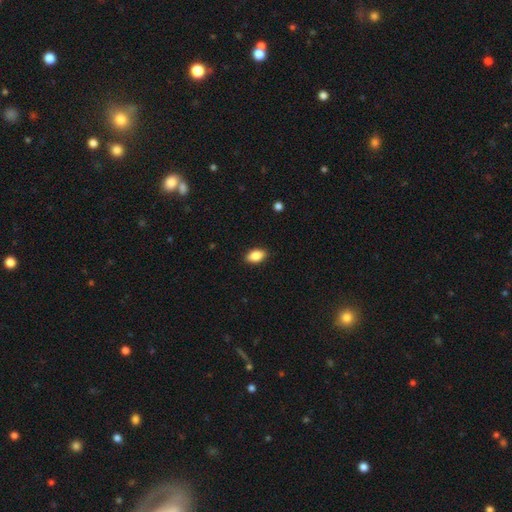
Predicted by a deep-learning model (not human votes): A smooth galaxy with no disk features (86%) that is in between round and cigar-shaped (91%).

Vote fractions:
- Smooth or featured? smooth: 86% / star or artifact: 7% / featured or disk: 6%
- How rounded? in between: 91% / round: 7% / cigar-shaped: 2%
- Merging? none: 89% / minor disturbance: 8% / major disturbance: 2% / merger: 1%